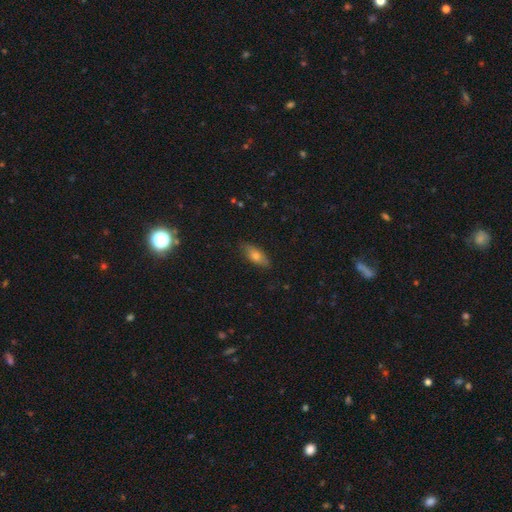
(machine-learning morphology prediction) Smooth or featured? smooth (66%)
How rounded? in between (70%)
Merging? none (84%)